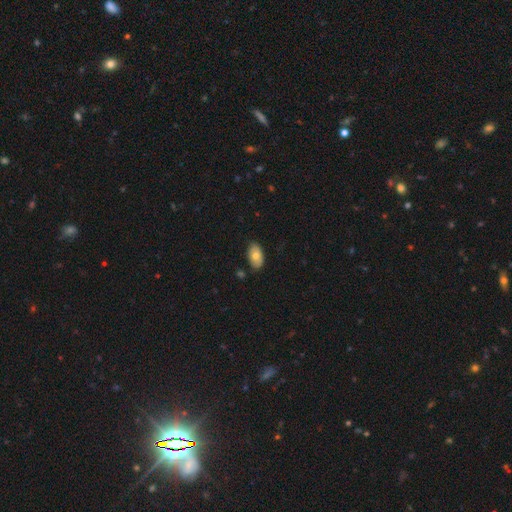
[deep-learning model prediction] Smooth or featured: smooth — 67% (featured or disk — 26%)
How rounded: in between — 93% (round — 5%)
Merging: none — 82% (minor disturbance — 14%)